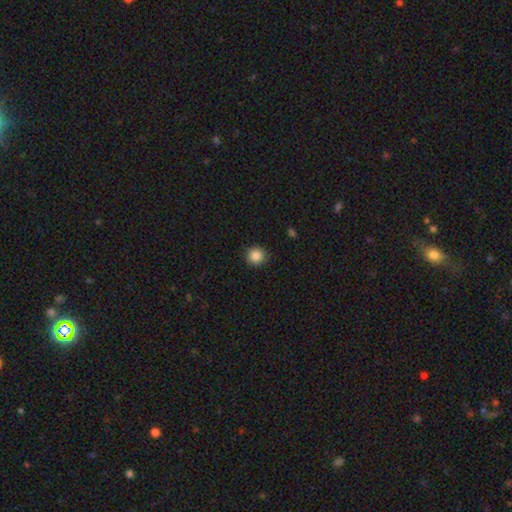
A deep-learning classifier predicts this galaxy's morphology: A smooth galaxy with no disk features (87%) that is round (93%).

Vote fractions:
- Smooth or featured? smooth: 87% / star or artifact: 10% / featured or disk: 3%
- How rounded? round: 93% / in between: 6% / cigar-shaped: 1%
- Merging? none: 90% / minor disturbance: 7% / major disturbance: 2% / merger: 1%